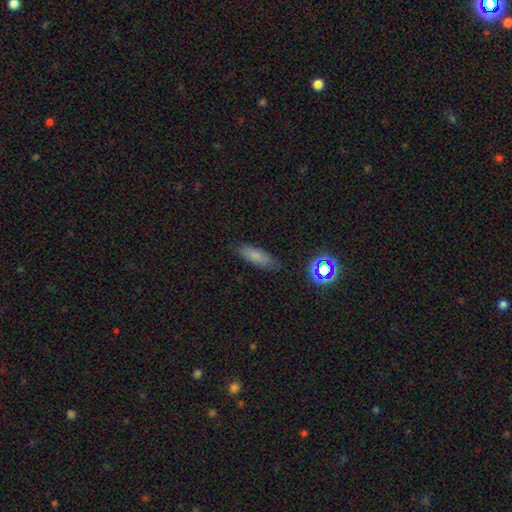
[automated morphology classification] This appears to be a smooth galaxy with no disk features (75%) that is in between round and cigar-shaped (57%). Merging: none (81%).